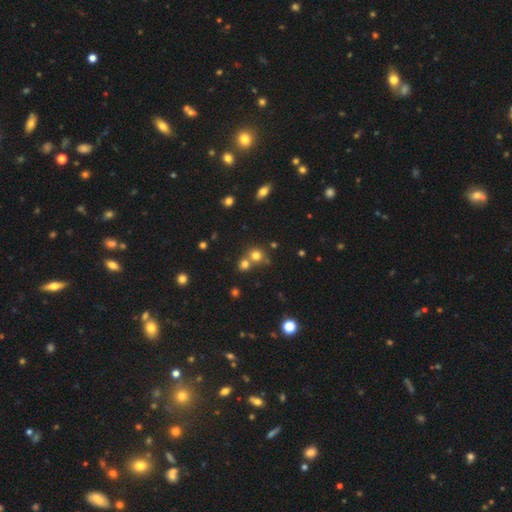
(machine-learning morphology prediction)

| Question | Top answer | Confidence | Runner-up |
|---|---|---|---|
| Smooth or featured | smooth | 74% | star or artifact (18%) |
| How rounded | round | 88% | in between (11%) |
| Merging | none | 56% | merger (34%) |